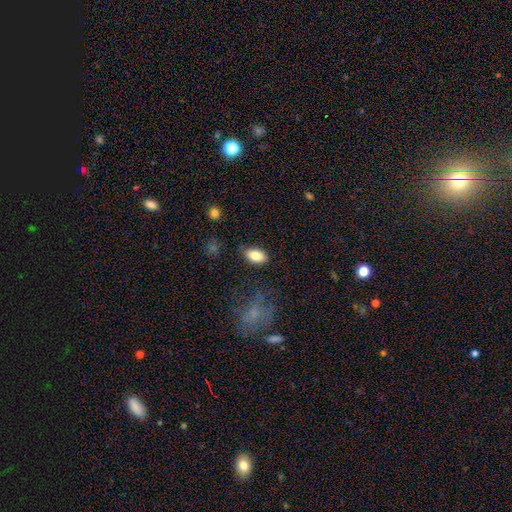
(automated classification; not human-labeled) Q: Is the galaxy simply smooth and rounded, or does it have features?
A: smooth — 85%.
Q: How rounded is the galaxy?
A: in between — 92%.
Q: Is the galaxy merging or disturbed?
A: none — 85%.